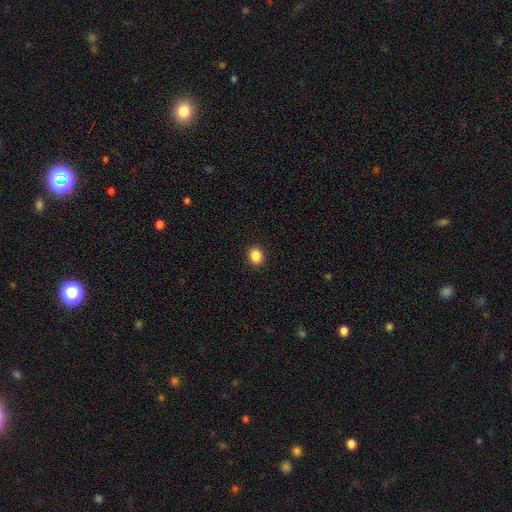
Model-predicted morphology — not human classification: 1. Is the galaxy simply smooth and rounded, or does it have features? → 88% smooth, 9% star or artifact, 3% featured or disk.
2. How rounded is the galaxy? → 64% round, 35% in between, 1% cigar-shaped.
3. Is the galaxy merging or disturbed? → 91% none, 6% minor disturbance, 2% major disturbance, 1% merger.